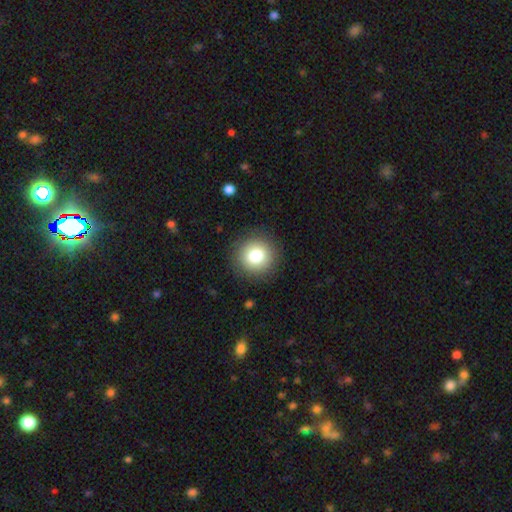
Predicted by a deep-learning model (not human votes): Smooth or featured?
  - smooth: 79% *
  - star or artifact: 11%
  - featured or disk: 10%
How rounded?
  - round: 93% *
  - in between: 6%
  - cigar-shaped: 1%
Merging?
  - none: 90% *
  - minor disturbance: 6%
  - major disturbance: 3%
  - merger: 1%